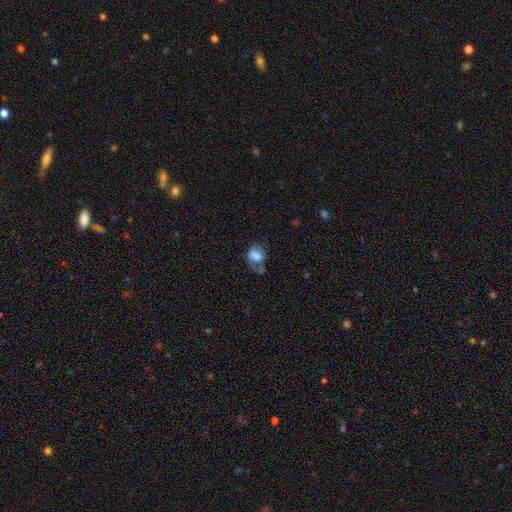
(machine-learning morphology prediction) A smooth galaxy with no disk features (57%) that is in between round and cigar-shaped (69%). Merging: none (33%).